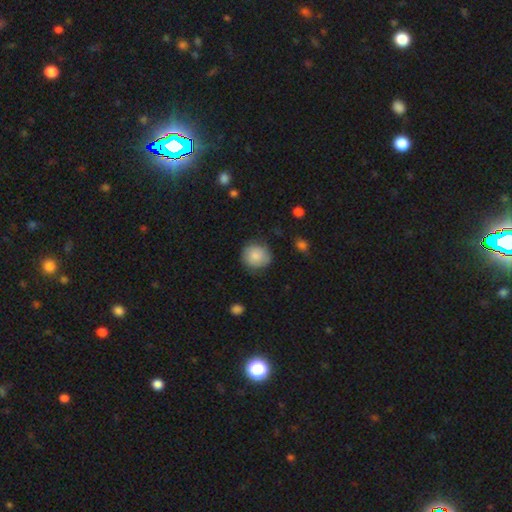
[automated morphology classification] Smooth or featured: smooth — 81% (featured or disk — 12%)
How rounded: round — 87% (in between — 12%)
Merging: none — 78% (minor disturbance — 17%)